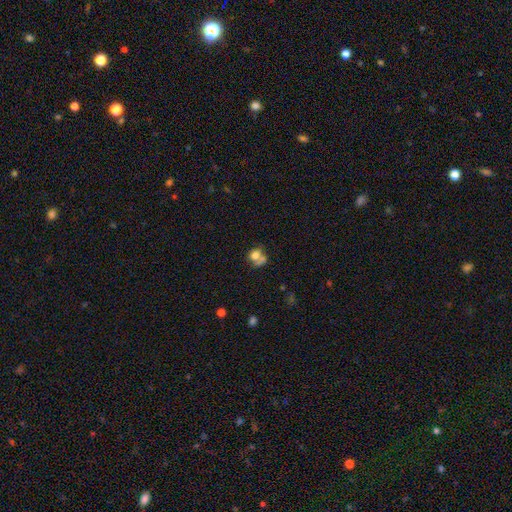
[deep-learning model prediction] This is likely a smooth galaxy (68%). How rounded: likely round (61%). Merging: possibly merger (47%).